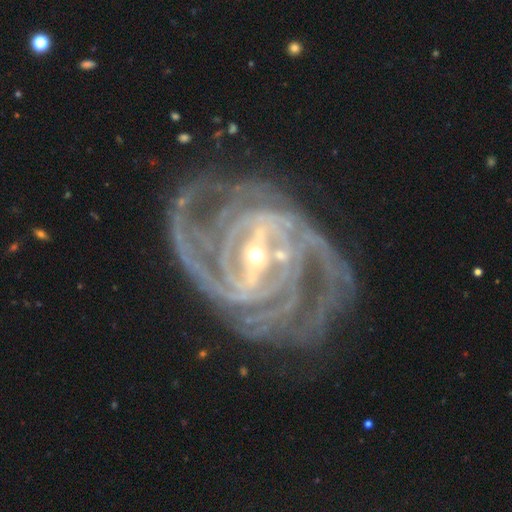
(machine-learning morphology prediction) featured or disk 93%, star or artifact 5%, smooth 3%. Down the decision tree: edge-on disk — no (97%); bar — strong (66%); spiral arms — yes (98%); spiral arm count — 4 (26%); spiral winding — tight (62%); bulge size — small (73%); merging — none (68%).